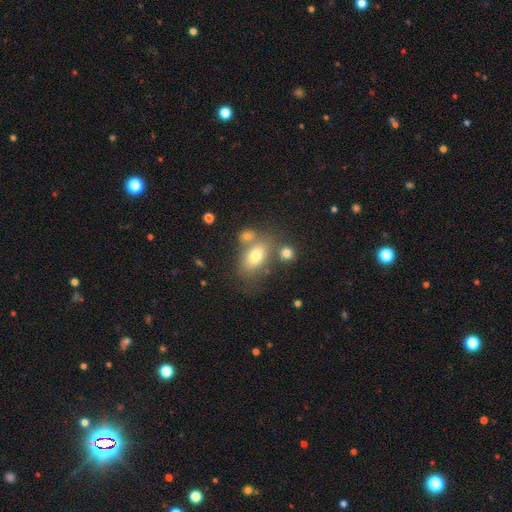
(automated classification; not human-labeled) This is likely a smooth galaxy (72%). How rounded: clearly in between (84%). Merging: possibly none (52%).